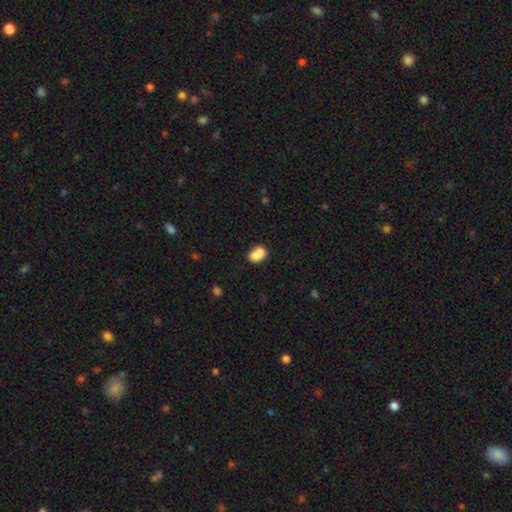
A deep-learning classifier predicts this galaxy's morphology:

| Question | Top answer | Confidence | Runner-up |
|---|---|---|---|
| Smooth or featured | smooth | 78% | featured or disk (13%) |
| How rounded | in between | 66% | round (33%) |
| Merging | merger | 44% | none (37%) |